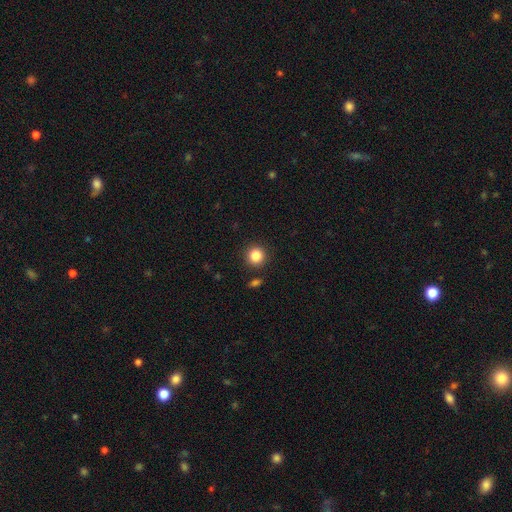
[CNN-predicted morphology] Smooth or featured? smooth (85%)
How rounded? round (92%)
Merging? none (88%)